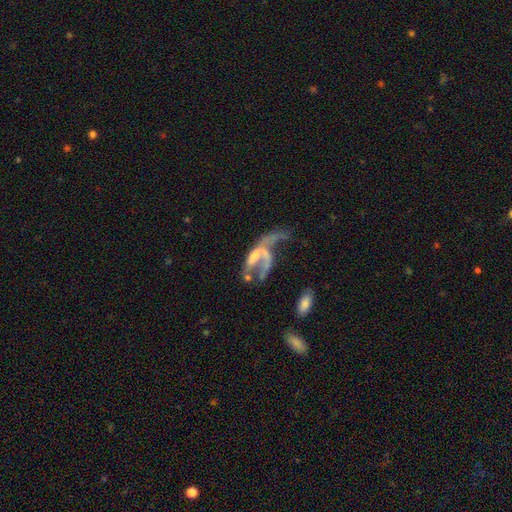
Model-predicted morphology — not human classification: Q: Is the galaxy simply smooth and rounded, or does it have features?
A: featured or disk — 72%.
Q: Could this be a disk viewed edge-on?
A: no — 93%.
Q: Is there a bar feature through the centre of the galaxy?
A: no — 57%.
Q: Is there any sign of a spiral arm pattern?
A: yes — 61%.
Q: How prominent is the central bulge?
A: none — 40%.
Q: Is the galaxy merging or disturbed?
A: major disturbance — 45%.